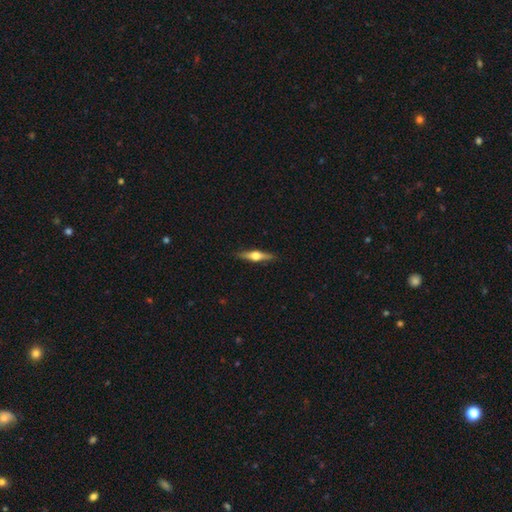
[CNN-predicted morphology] The model was most divided on "smooth or featured": featured or disk: 67%, smooth: 27%, star or artifact: 6%. More confident: edge-on disk — yes (97%); edge-on bulge — rounded (95%); merging — none (90%).